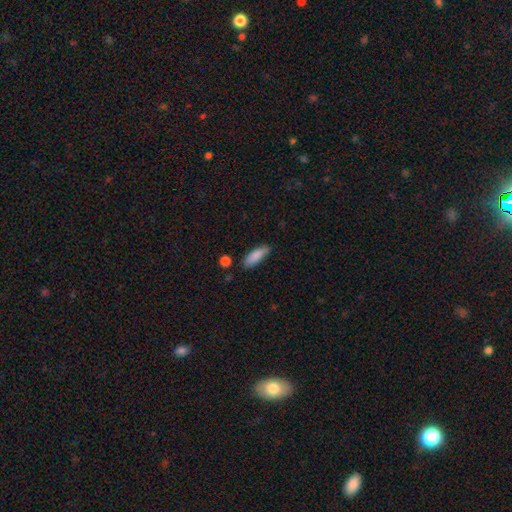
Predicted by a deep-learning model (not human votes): smooth_or_featured: smooth (p=0.85) [alt: featured or disk p=0.09]
how_rounded: in between (p=0.62) [alt: cigar-shaped p=0.37]
merging: none (p=0.72) [alt: minor disturbance p=0.21]